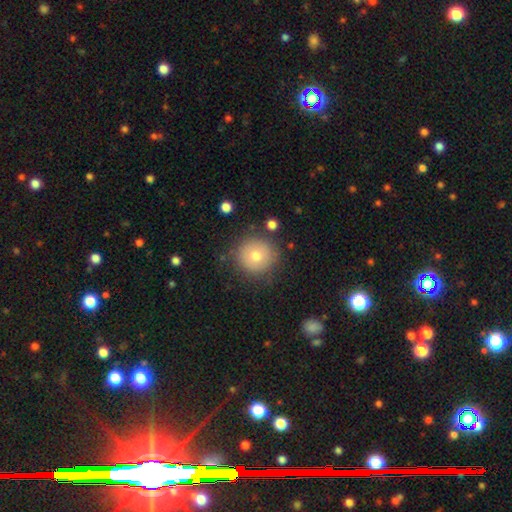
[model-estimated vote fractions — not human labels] A smooth galaxy with no disk features (72%) that is round (95%). Merging: none (84%).